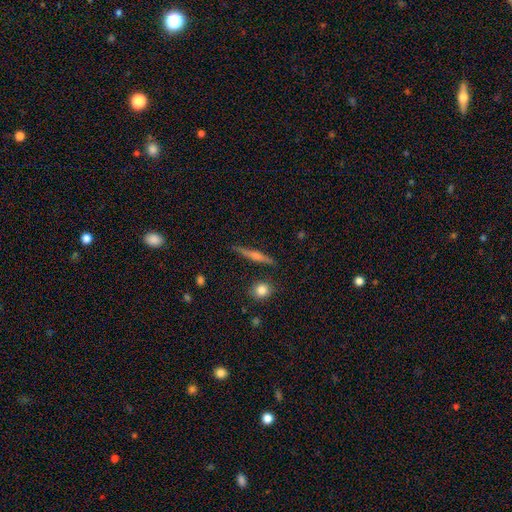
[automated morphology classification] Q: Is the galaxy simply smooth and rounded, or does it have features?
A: featured or disk — 64%.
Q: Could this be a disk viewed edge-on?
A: yes — 97%.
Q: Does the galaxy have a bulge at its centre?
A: rounded — 74%.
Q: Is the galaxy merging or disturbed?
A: none — 87%.